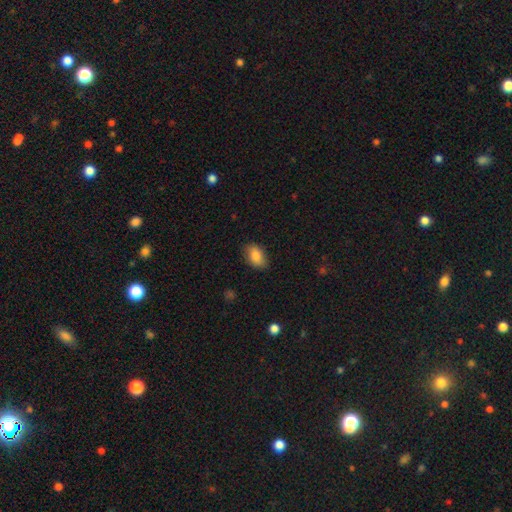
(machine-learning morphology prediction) Smooth or featured? smooth (85%)
How rounded? in between (88%)
Merging? none (84%)